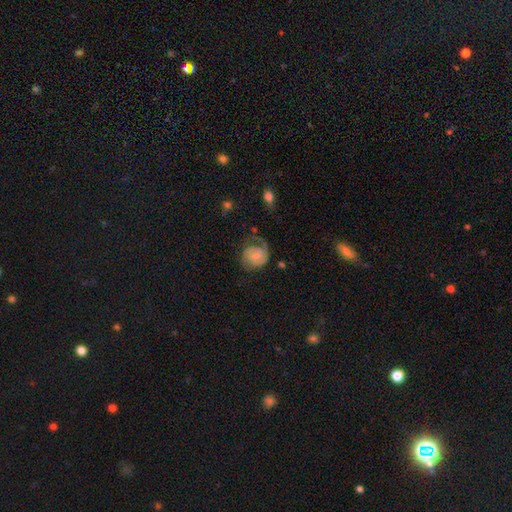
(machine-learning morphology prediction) A featured or disk galaxy (63%) with no bar (56%), 2 (55%) tight (46%) spiral arms (91%) and a small central bulge (40%).

Vote fractions:
- Smooth or featured? featured or disk: 63% / smooth: 30% / star or artifact: 7%
- Edge-on disk? no: 98% / yes: 2%
- Bar? no: 56% / weak: 37% / strong: 7%
- Spiral arms? yes: 91% / no: 9%
- Spiral winding? tight: 46% / medium: 37% / loose: 17%
- Spiral arm count? 2: 55% / 1: 25% / can't tell: 13% / 3: 4% / 4: 1% / more than 4: 1%
- Bulge size? small: 40% / none: 32% / moderate: 20% / large: 6% / dominant: 2%
- Merging? none: 52% / minor disturbance: 23% / major disturbance: 23% / merger: 2%